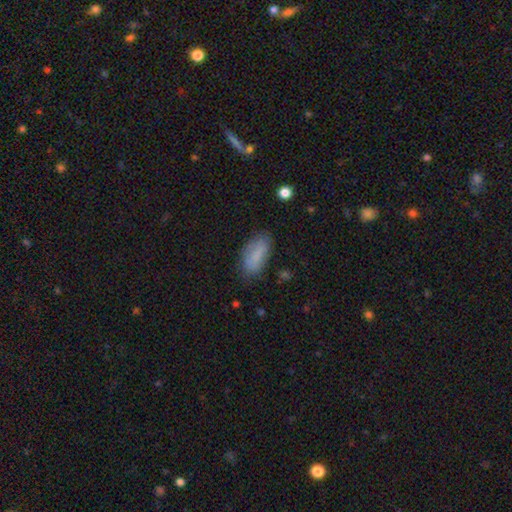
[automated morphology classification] Smooth or featured? smooth (80%)
How rounded? in between (85%)
Merging? none (74%)